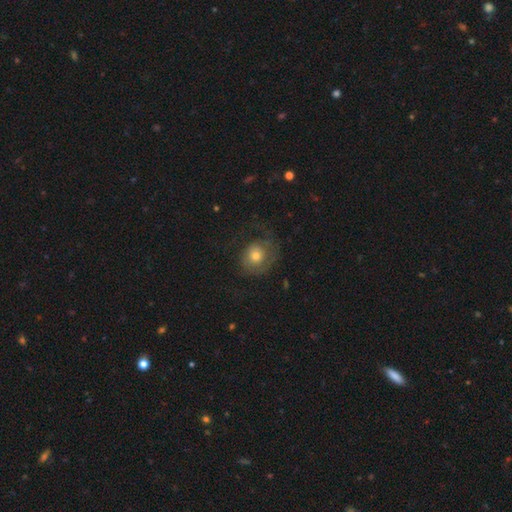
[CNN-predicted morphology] A smooth galaxy with no disk features (47%). Merging: none (51%).